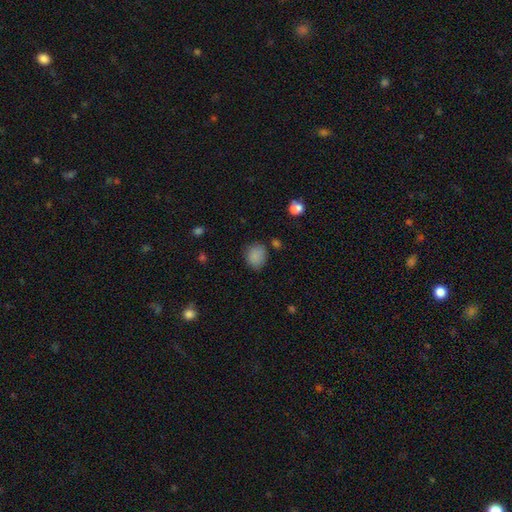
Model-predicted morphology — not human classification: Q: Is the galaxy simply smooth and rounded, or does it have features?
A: smooth — 84%.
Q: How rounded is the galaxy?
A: round — 54%.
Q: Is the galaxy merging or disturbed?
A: none — 70%.